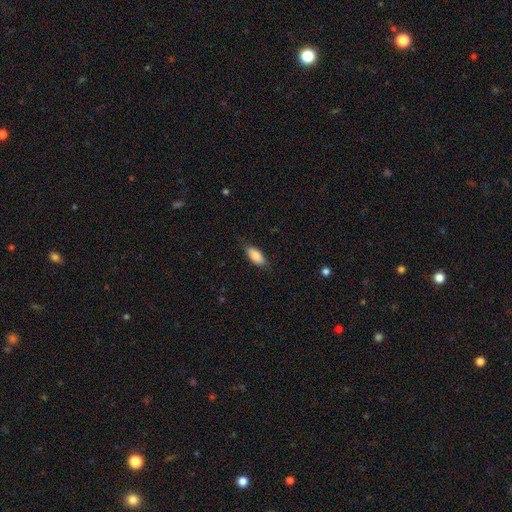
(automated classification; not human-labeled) smooth-or-featured: smooth: 85% | featured or disk: 9% | star or artifact: 6%
  how-rounded: in between: 86% | cigar-shaped: 12% | round: 2%
  merging: none: 79% | minor disturbance: 16% | major disturbance: 3% | merger: 1%